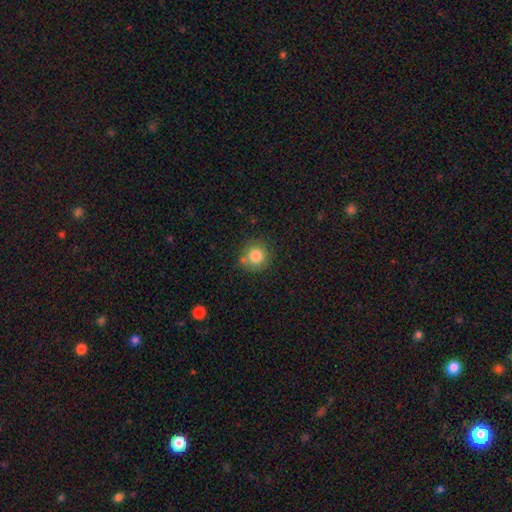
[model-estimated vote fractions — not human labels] Smooth or featured: smooth — 83% (star or artifact — 10%)
How rounded: round — 91% (in between — 8%)
Merging: none — 72% (minor disturbance — 14%)